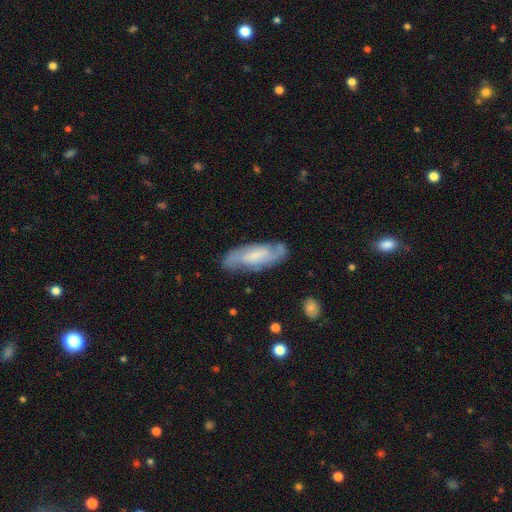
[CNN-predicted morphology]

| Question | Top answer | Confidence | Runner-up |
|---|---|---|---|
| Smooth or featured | featured or disk | 65% | smooth (28%) |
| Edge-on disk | no | 85% | yes (15%) |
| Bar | weak | 45% | no (33%) |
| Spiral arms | yes | 88% | no (12%) |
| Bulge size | small | 38% | none (29%) |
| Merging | none | 77% | minor disturbance (17%) |